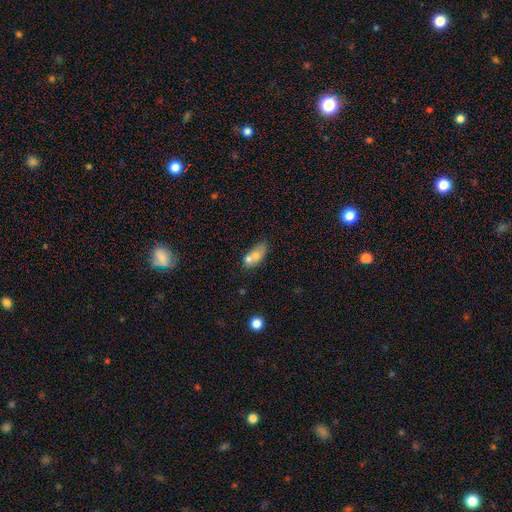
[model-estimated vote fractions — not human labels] Q: Smooth or featured?
A: smooth (67%); runner-up: featured or disk (23%)
Q: How rounded?
A: in between (79%); runner-up: round (12%)
Q: Merging?
A: merger (47%); runner-up: none (32%)